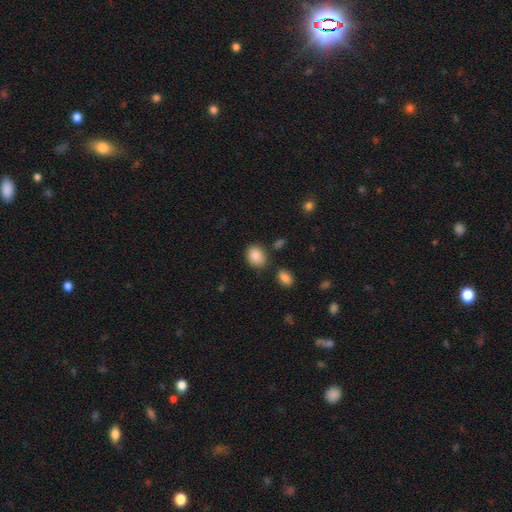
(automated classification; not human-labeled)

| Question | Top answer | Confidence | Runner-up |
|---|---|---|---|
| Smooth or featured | smooth | 86% | star or artifact (8%) |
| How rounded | round | 51% | in between (48%) |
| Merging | none | 78% | minor disturbance (12%) |